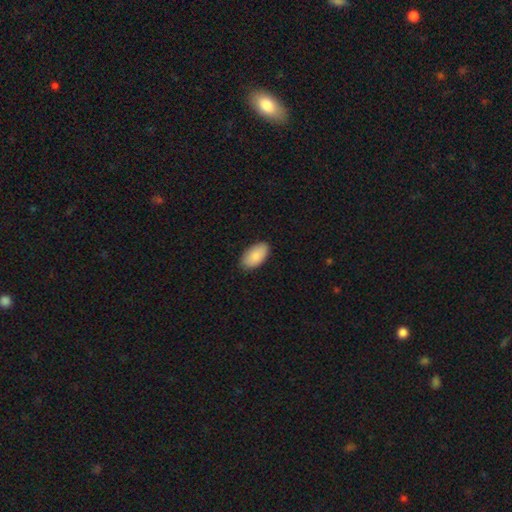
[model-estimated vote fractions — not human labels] This is clearly a smooth galaxy (88%). How rounded: clearly in between (96%). Merging: clearly none (87%).